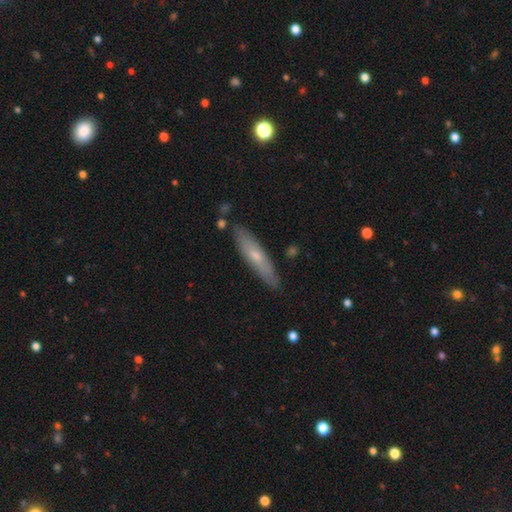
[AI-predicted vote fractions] The model was most divided on "smooth or featured": smooth: 53%, featured or disk: 41%, star or artifact: 6%. More confident: merging — none (84%); how rounded — cigar-shaped (82%).